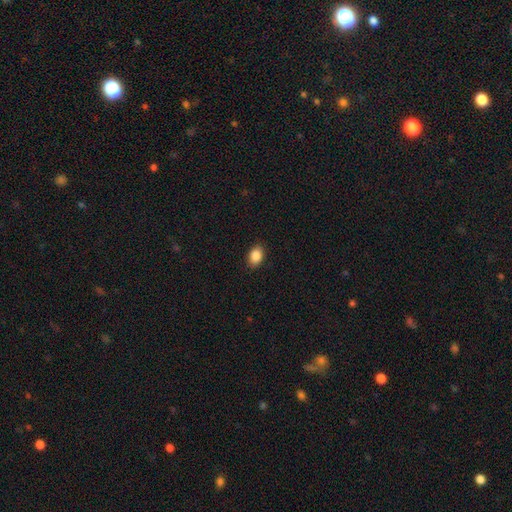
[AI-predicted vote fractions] Overall: smooth (88%). How rounded: in between (81%). Merging: none (89%).